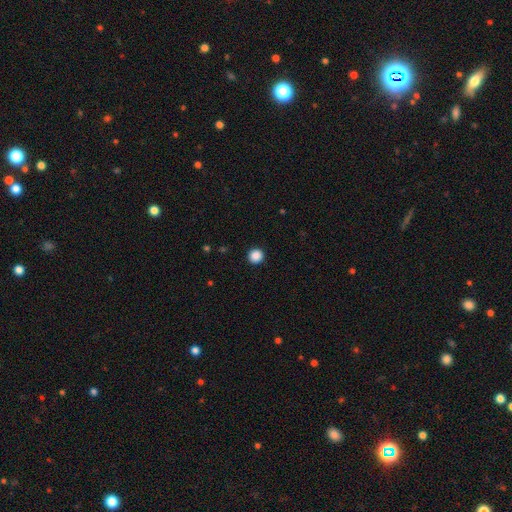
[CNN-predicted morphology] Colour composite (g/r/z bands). It shows a smooth galaxy with no disk features (88%) that is round (96%). Merging: none (93%).